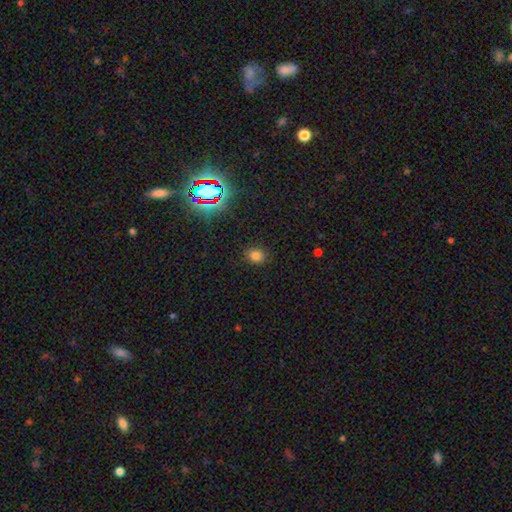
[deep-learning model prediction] A smooth galaxy with no disk features (76%) that is round (75%). Merging: none (88%).